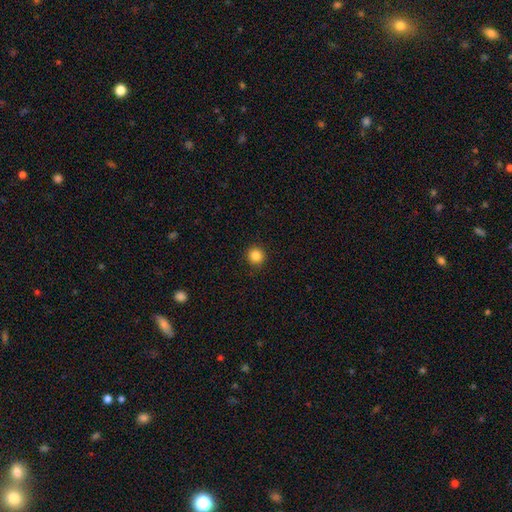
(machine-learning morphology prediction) smooth 85%, star or artifact 11%, featured or disk 4%. Down the decision tree: how rounded — round (94%); merging — none (92%).